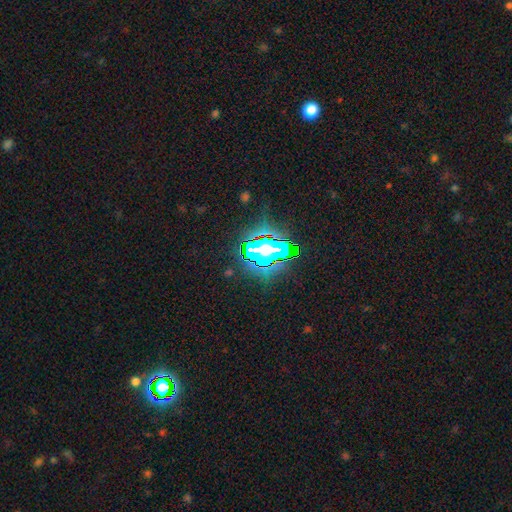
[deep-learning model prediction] A star or artifact, not a galaxy (75%).